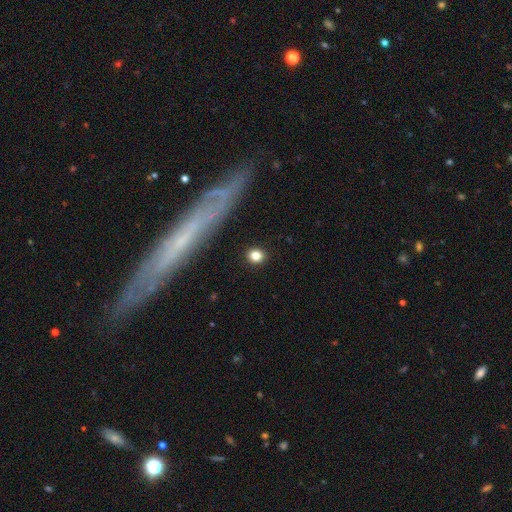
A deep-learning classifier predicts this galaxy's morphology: Overall: smooth (82%). How rounded: round (81%). Merging: none (90%).